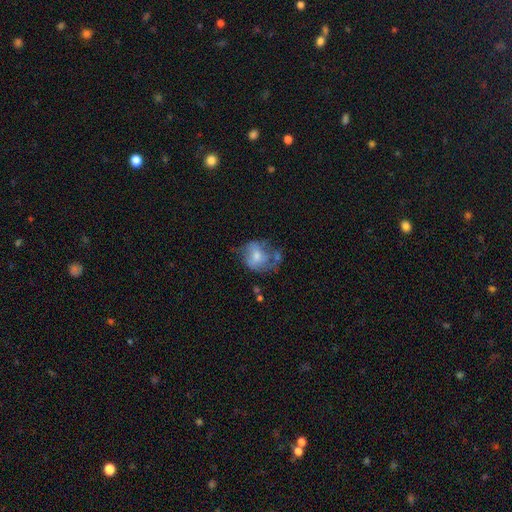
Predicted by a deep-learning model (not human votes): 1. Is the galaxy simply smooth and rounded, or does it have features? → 47% smooth, 45% featured or disk, 8% star or artifact.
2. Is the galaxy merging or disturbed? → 32% none, 31% major disturbance, 28% minor disturbance, 9% merger.